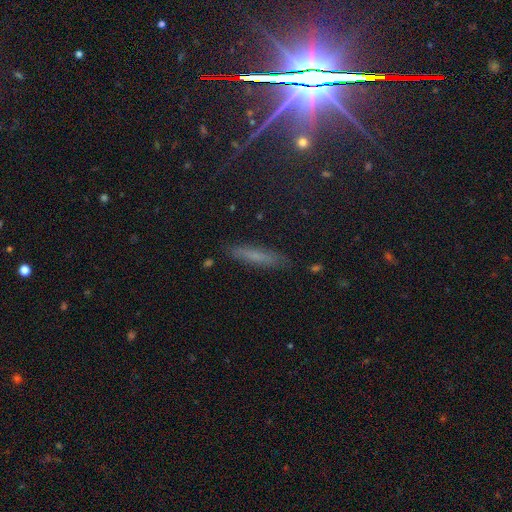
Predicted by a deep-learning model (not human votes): Q: Smooth or featured?
A: smooth (54%); runner-up: featured or disk (28%)
Q: How rounded?
A: cigar-shaped (88%); runner-up: in between (10%)
Q: Merging?
A: none (85%); runner-up: minor disturbance (11%)